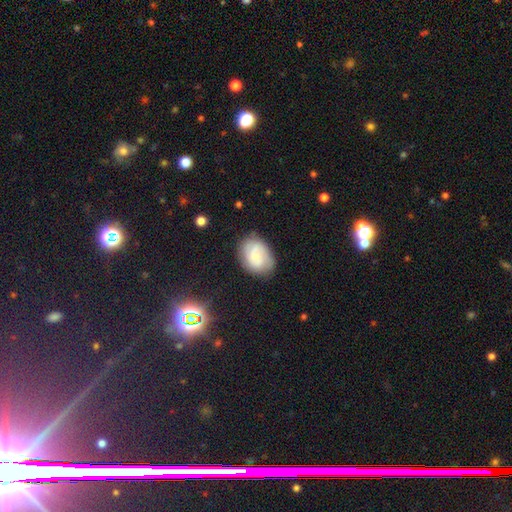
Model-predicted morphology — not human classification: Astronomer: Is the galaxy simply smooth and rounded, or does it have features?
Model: featured or disk — 51% (runner-up: smooth, 41%).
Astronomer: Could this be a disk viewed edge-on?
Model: no — 97%.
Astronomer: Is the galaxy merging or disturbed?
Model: none — 73%.